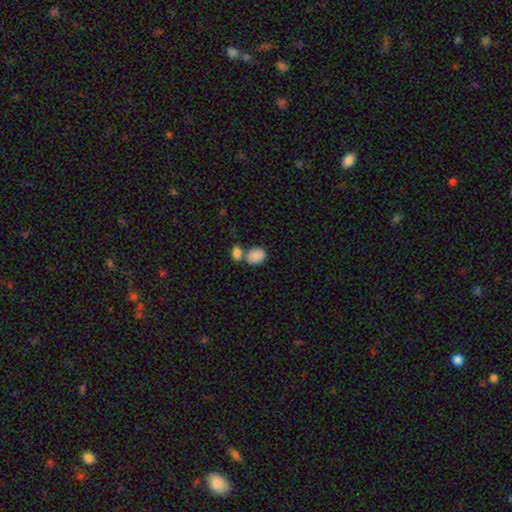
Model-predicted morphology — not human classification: smooth 87%, star or artifact 7%, featured or disk 6%. Down the decision tree: how rounded — in between (77%); merging — none (43%).